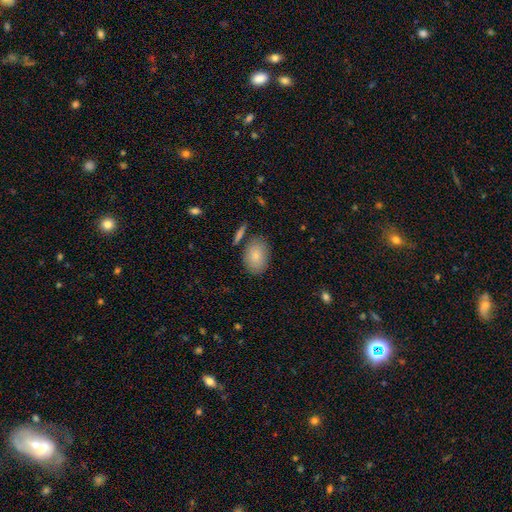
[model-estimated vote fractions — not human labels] The model was most divided on "how rounded": in between: 81%, round: 18%, cigar-shaped: 1%. More confident: smooth or featured — smooth (83%); merging — none (78%).